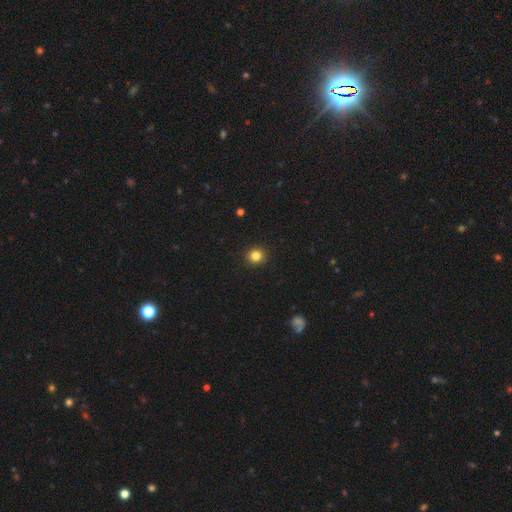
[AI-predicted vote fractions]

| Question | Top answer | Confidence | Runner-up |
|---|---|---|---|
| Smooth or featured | smooth | 83% | star or artifact (12%) |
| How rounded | round | 93% | in between (6%) |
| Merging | none | 93% | minor disturbance (4%) |